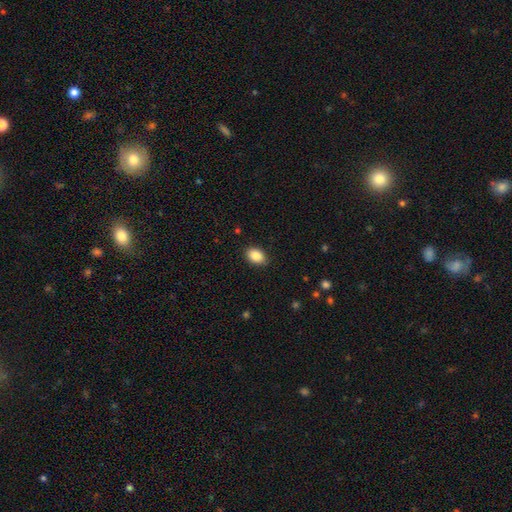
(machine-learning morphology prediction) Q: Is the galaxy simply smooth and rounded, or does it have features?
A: smooth — 87%.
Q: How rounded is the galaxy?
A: in between — 77%.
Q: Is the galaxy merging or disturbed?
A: none — 88%.